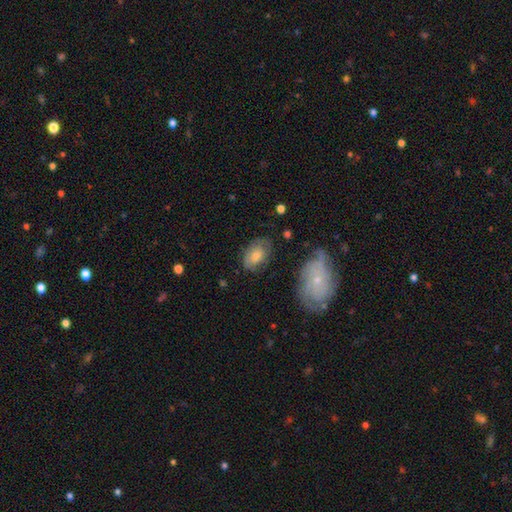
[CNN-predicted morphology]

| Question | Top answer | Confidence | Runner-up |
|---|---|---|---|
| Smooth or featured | smooth | 50% | featured or disk (40%) |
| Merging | none | 69% | minor disturbance (20%) |